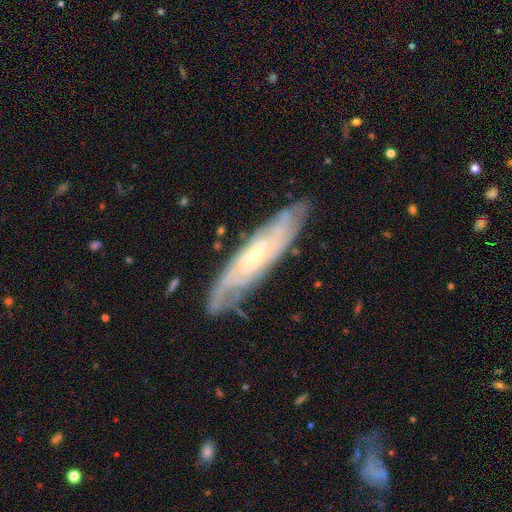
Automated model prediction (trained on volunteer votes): smooth_or_featured: featured or disk (p=0.81) [alt: smooth p=0.13]
disk_edge_on: no (p=0.69) [alt: yes p=0.31]
bar: no (p=0.62) [alt: weak p=0.29]
has_spiral_arms: yes (p=0.93) [alt: no p=0.07]
spiral_winding: tight (p=0.67) [alt: medium p=0.26]
spiral_arm_count: can't tell (p=0.54) [alt: 2 p=0.18]
bulge_size: small (p=0.74) [alt: moderate p=0.21]
merging: none (p=0.78) [alt: minor disturbance p=0.16]